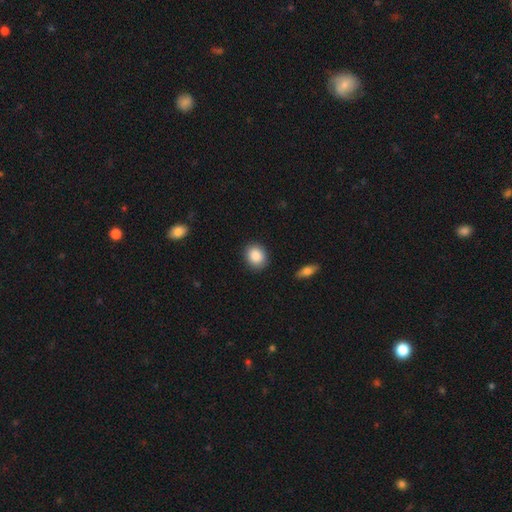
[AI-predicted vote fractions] smooth-or-featured: smooth: 88% | star or artifact: 7% | featured or disk: 5%
  how-rounded: round: 61% | in between: 38% | cigar-shaped: 1%
  merging: none: 87% | minor disturbance: 9% | major disturbance: 2% | merger: 1%